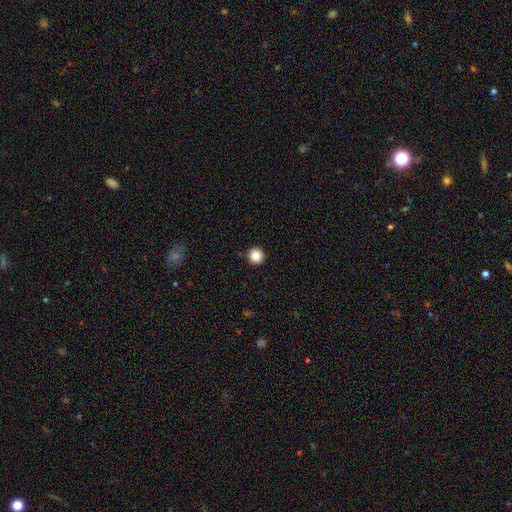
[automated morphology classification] Smooth or featured? Predicted: smooth (p=0.84). How rounded? Predicted: round (p=0.95). Merging? Predicted: none (p=0.94).